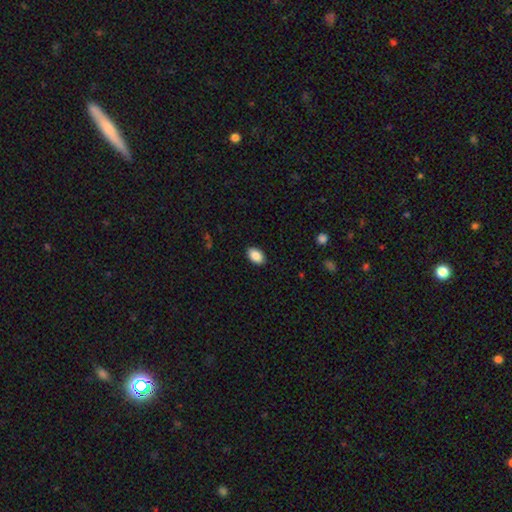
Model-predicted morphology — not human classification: smooth-or-featured: smooth: 89% | star or artifact: 7% | featured or disk: 4%
  how-rounded: in between: 90% | round: 9% | cigar-shaped: 1%
  merging: none: 89% | minor disturbance: 8% | major disturbance: 2% | merger: 1%